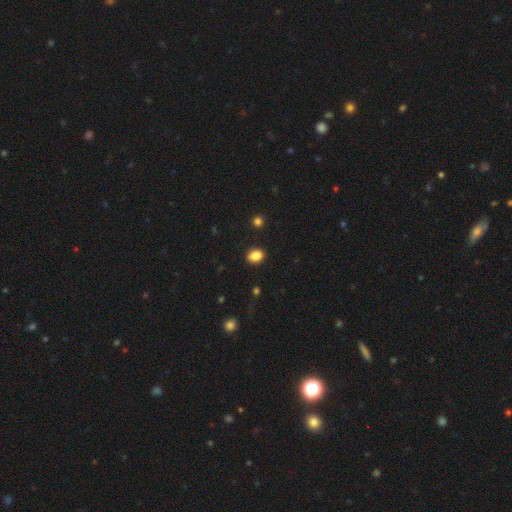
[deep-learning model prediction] smooth-or-featured: smooth: 86% | star or artifact: 10% | featured or disk: 4%
  how-rounded: in between: 57% | round: 42% | cigar-shaped: 1%
  merging: none: 88% | minor disturbance: 8% | major disturbance: 2% | merger: 1%